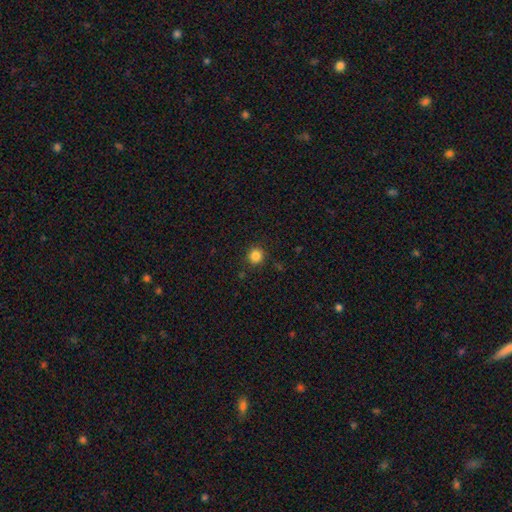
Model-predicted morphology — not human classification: Smooth or featured: smooth — 84% (star or artifact — 12%)
How rounded: round — 92% (in between — 7%)
Merging: none — 90% (minor disturbance — 7%)